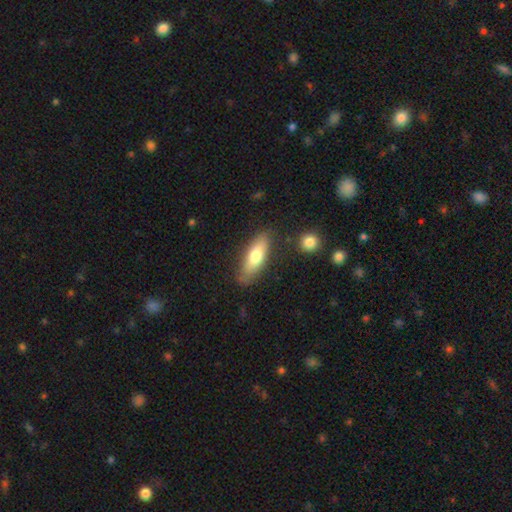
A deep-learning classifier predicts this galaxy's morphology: Smooth or featured? Predicted: smooth (p=0.71). How rounded? Predicted: in between (p=0.59). Merging? Predicted: none (p=0.78).